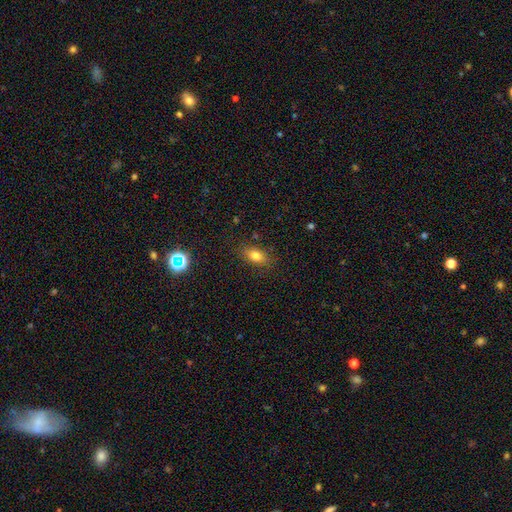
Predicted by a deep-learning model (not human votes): Overall: smooth (77%). How rounded: in between (81%). Merging: none (83%).